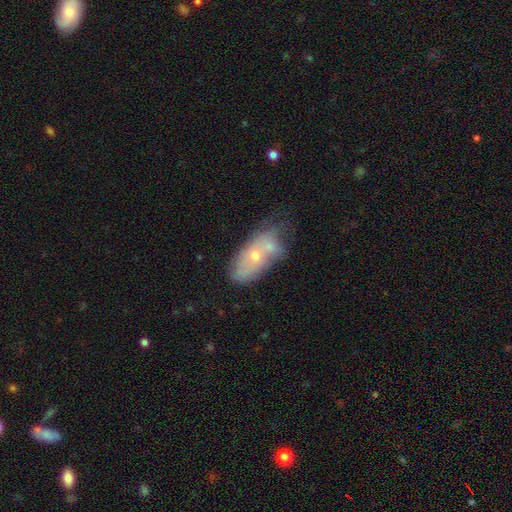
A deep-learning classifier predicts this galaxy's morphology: The model was most divided on "smooth or featured": smooth: 46%, featured or disk: 43%, star or artifact: 11%. Remaining: merging — merger (37%).